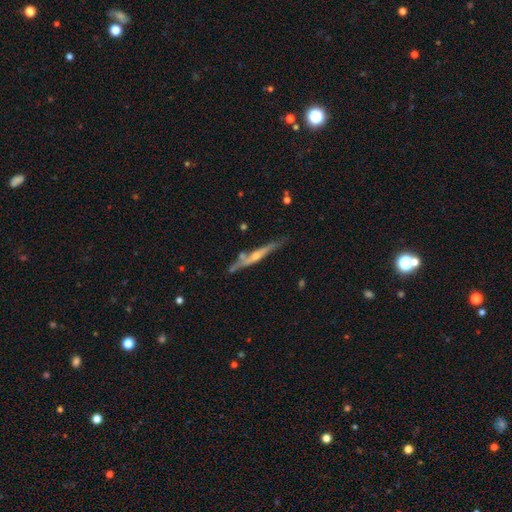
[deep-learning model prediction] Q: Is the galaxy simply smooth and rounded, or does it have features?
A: featured or disk — 72%.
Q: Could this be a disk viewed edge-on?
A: yes — 94%.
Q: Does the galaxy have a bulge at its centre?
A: rounded — 77%.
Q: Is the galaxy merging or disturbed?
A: none — 70%.